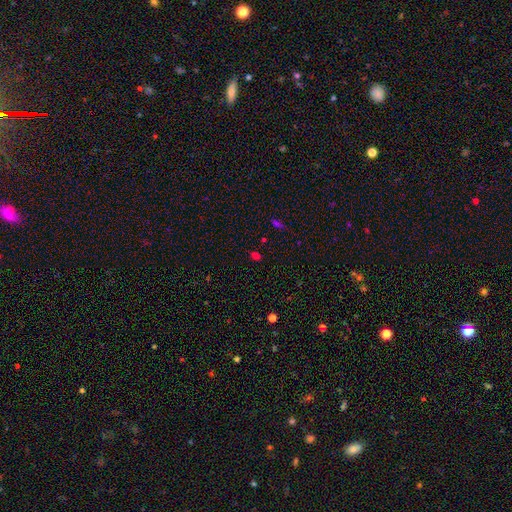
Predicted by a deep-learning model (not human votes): Smooth or featured?
  - smooth: 56% *
  - star or artifact: 38%
  - featured or disk: 6%
How rounded?
  - in between: 65% *
  - round: 31%
  - cigar-shaped: 4%
Merging?
  - none: 79% *
  - minor disturbance: 13%
  - major disturbance: 4%
  - merger: 4%